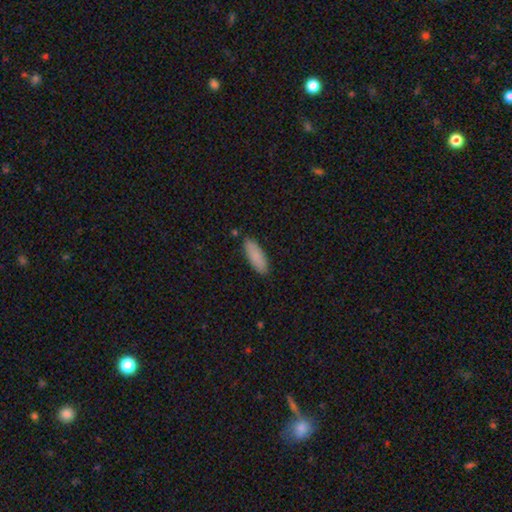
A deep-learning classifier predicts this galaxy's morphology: This appears to be a smooth galaxy with no disk features (87%) that is in between round and cigar-shaped (61%). Merging: none (86%).